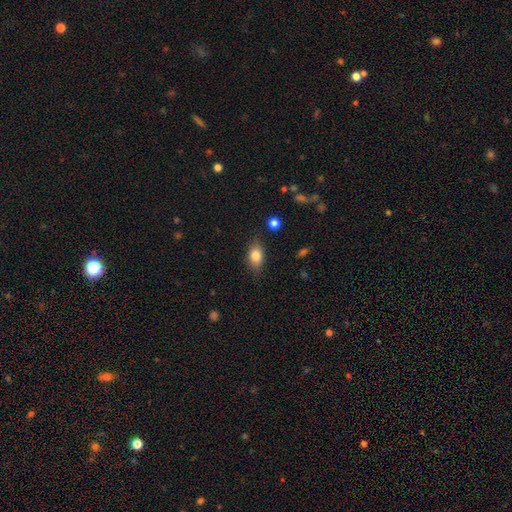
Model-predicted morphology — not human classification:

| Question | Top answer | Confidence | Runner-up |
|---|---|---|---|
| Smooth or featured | smooth | 80% | featured or disk (11%) |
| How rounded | in between | 82% | round (15%) |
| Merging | none | 80% | minor disturbance (15%) |